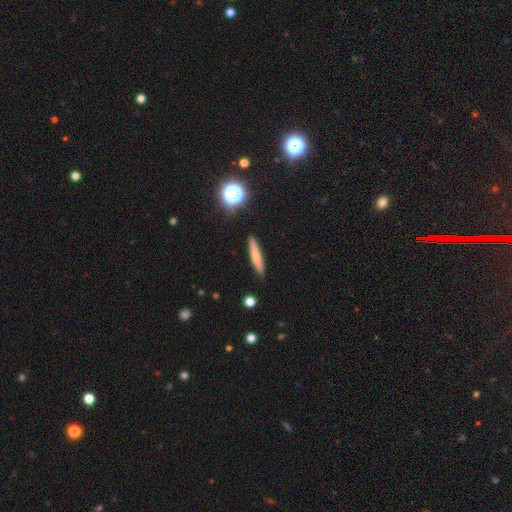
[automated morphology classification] Overall: smooth (67%). How rounded: cigar-shaped (91%). Merging: none (87%).